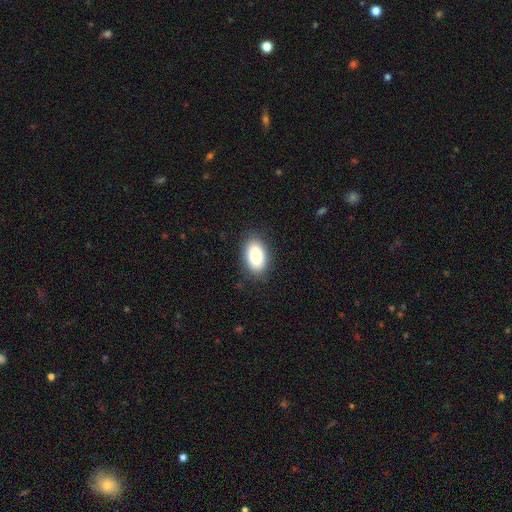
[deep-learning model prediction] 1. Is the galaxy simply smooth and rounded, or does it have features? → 84% smooth, 8% featured or disk, 7% star or artifact.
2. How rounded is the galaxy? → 92% in between, 7% round, 2% cigar-shaped.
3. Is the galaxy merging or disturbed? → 86% none, 10% minor disturbance, 3% major disturbance, 1% merger.